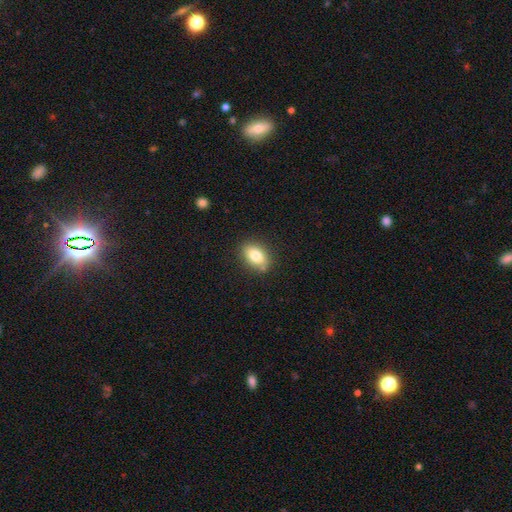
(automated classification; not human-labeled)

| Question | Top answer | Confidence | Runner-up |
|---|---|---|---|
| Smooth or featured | smooth | 80% | featured or disk (12%) |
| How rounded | in between | 85% | round (13%) |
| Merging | none | 83% | minor disturbance (12%) |